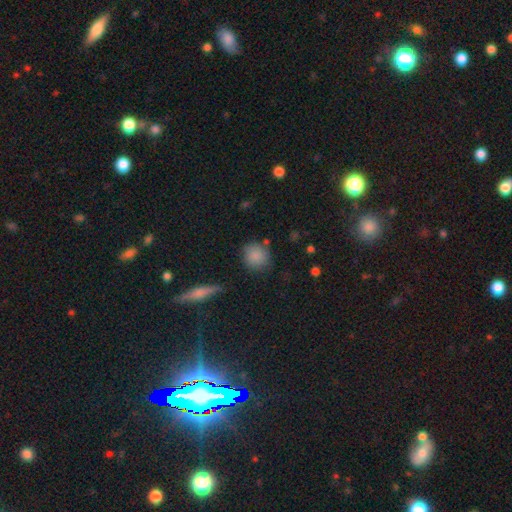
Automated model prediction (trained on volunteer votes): Q: Smooth or featured?
A: smooth (84%); runner-up: star or artifact (9%)
Q: How rounded?
A: round (84%); runner-up: in between (14%)
Q: Merging?
A: none (75%); runner-up: minor disturbance (15%)